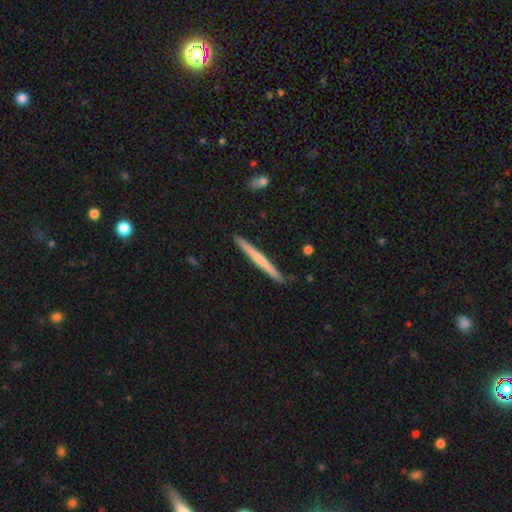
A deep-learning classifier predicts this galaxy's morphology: A featured or disk galaxy (49%).

Vote fractions:
- Smooth or featured? featured or disk: 49% / smooth: 46% / star or artifact: 5%
- Merging? none: 91% / minor disturbance: 7% / merger: 1% / major disturbance: 1%